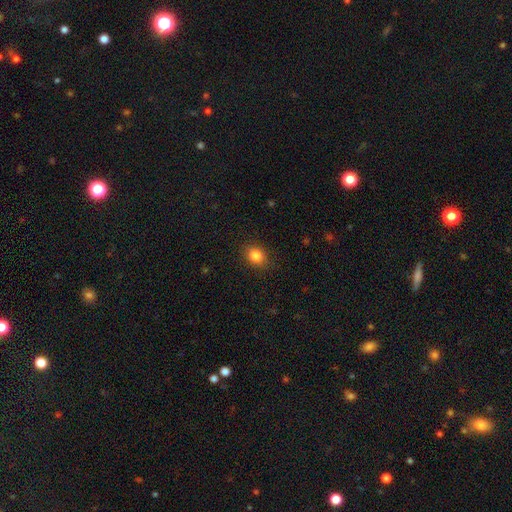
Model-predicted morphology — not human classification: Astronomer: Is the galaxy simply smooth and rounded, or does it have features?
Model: smooth — 85%.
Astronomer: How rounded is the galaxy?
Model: round — 50% (runner-up: in between, 49%).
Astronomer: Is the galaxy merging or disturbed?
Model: none — 86%.